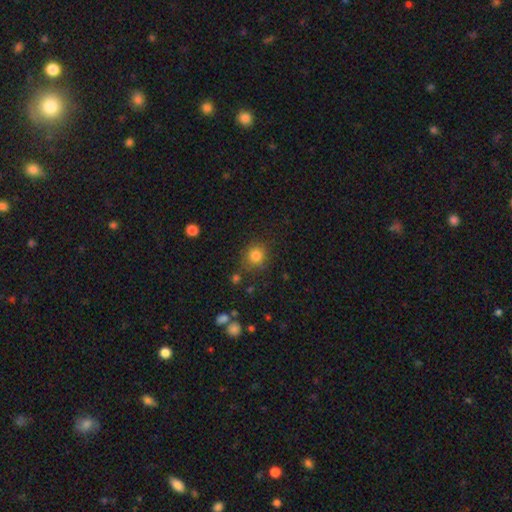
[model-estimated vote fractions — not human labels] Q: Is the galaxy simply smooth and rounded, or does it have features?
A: smooth — 83%.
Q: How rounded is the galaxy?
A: round — 86%.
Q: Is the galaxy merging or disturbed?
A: none — 80%.